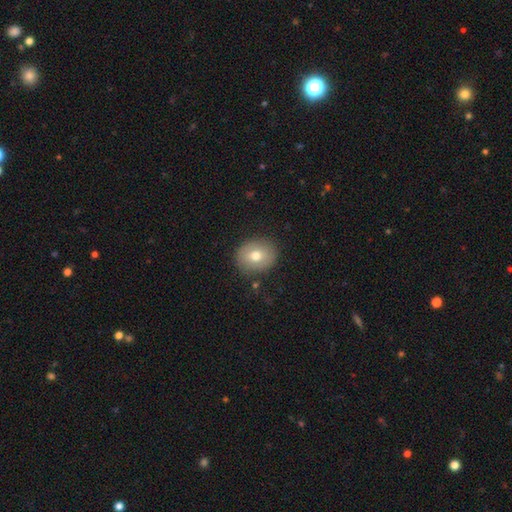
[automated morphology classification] Smooth or featured?
  - smooth: 71% *
  - featured or disk: 19%
  - star or artifact: 10%
How rounded?
  - round: 69% *
  - in between: 30%
  - cigar-shaped: 1%
Merging?
  - none: 86% *
  - minor disturbance: 9%
  - major disturbance: 3%
  - merger: 1%